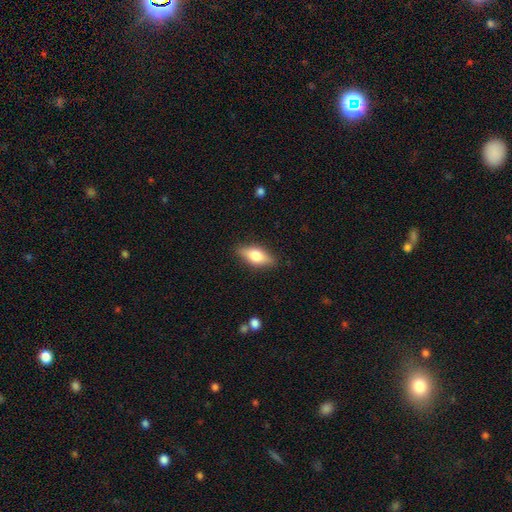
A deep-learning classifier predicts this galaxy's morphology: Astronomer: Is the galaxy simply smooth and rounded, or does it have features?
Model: smooth — 65%.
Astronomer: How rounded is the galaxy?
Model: in between — 77%.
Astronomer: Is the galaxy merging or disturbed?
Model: none — 85%.